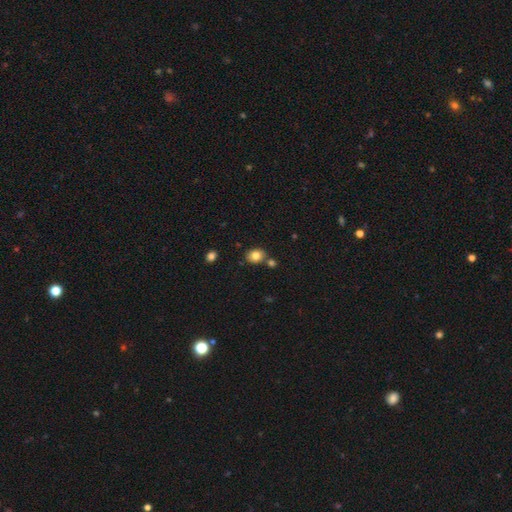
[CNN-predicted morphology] type=smooth (82%); roundness=round (54%); merging=none (74%).